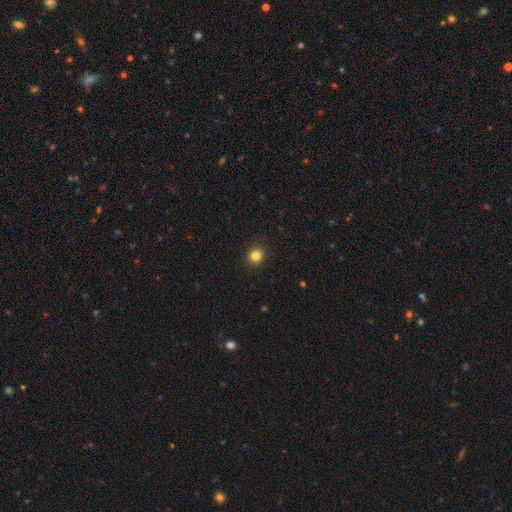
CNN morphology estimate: Smooth or featured? Predicted: smooth (p=0.83). How rounded? Predicted: round (p=0.92). Merging? Predicted: none (p=0.92).